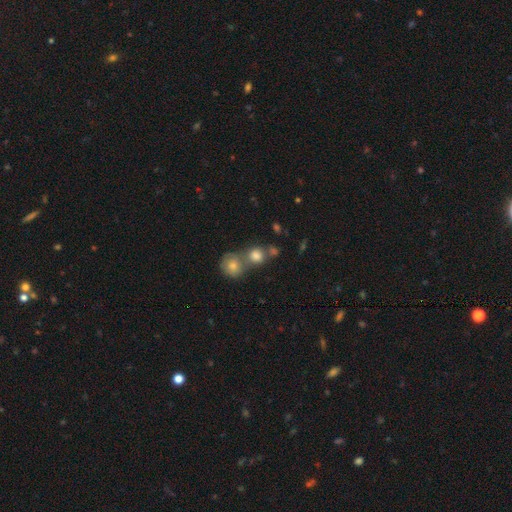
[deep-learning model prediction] smooth-or-featured: smooth: 71% | star or artifact: 16% | featured or disk: 13%
  how-rounded: round: 78% | in between: 20% | cigar-shaped: 2%
  merging: merger: 48% | none: 39% | minor disturbance: 8% | major disturbance: 4%